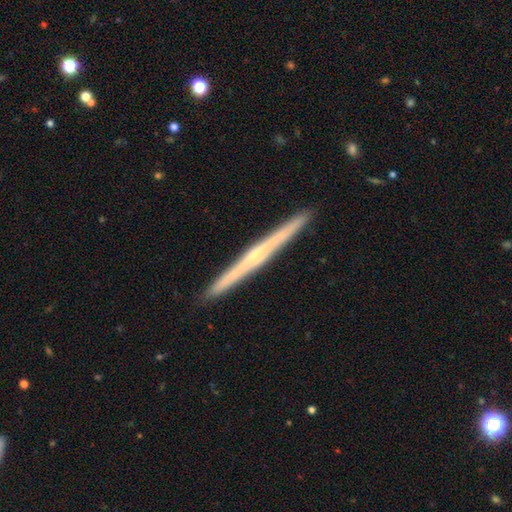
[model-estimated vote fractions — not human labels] smooth-or-featured: featured or disk: 74% | smooth: 21% | star or artifact: 5%
  disk-edge-on: yes: 98% | no: 2%
    edge-on-bulge: rounded: 53% | none: 40% | boxy: 8%
  merging: none: 93% | minor disturbance: 5% | major disturbance: 1% | merger: 1%